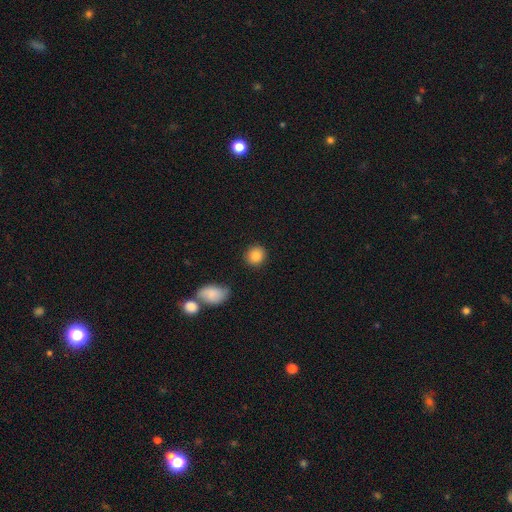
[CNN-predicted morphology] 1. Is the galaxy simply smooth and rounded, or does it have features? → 85% smooth, 9% star or artifact, 6% featured or disk.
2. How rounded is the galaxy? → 83% round, 16% in between, 1% cigar-shaped.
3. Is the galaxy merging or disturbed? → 87% none, 8% minor disturbance, 2% merger, 2% major disturbance.